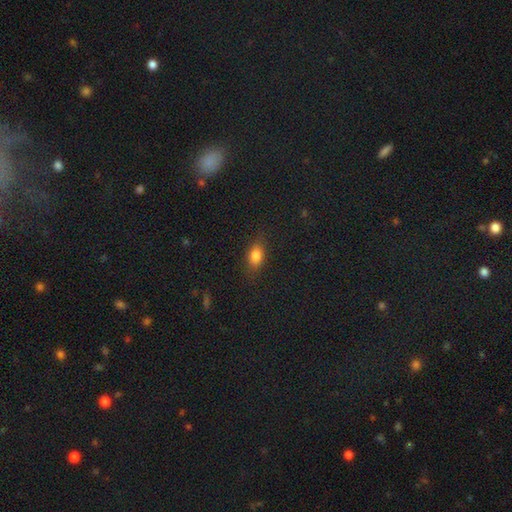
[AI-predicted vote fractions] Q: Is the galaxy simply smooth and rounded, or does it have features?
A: smooth — 81%.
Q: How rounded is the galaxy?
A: in between — 80%.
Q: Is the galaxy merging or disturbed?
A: none — 81%.